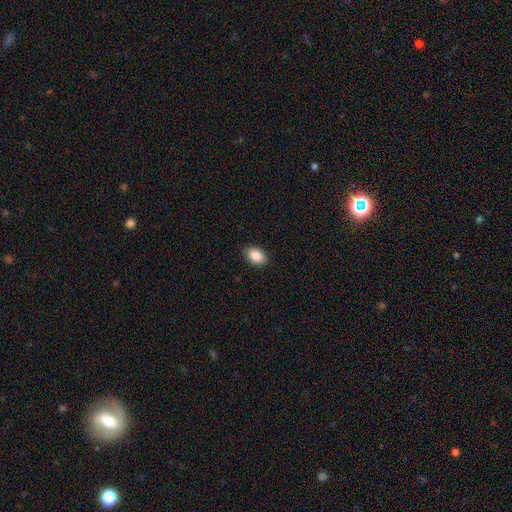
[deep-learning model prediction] The model was most divided on "how rounded": in between: 87%, round: 11%, cigar-shaped: 1%. More confident: merging — none (88%); smooth or featured — smooth (88%).